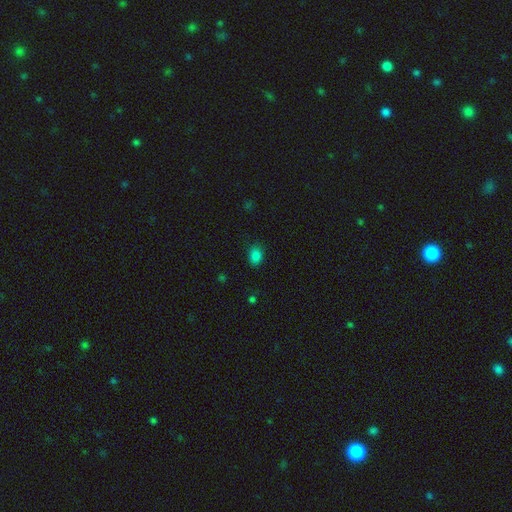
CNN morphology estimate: Smooth or featured? smooth (83%)
How rounded? in between (72%)
Merging? none (81%)